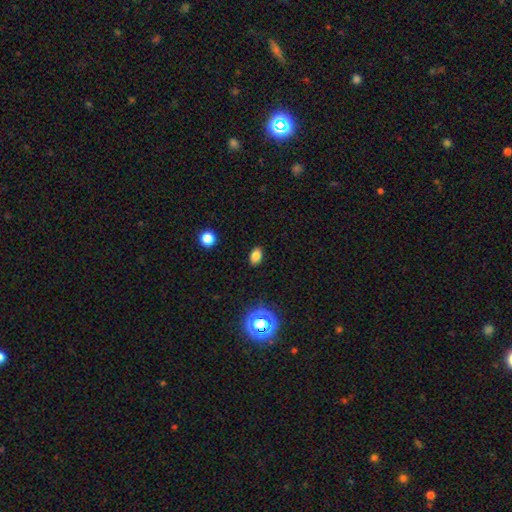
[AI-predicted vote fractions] A smooth galaxy with no disk features (80%) that is in between round and cigar-shaped (84%). Merging: none (89%).